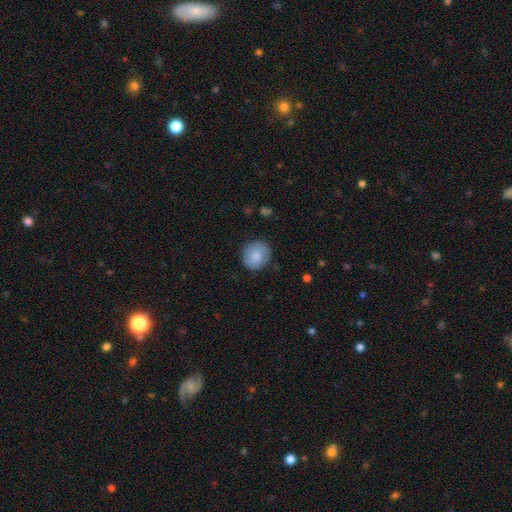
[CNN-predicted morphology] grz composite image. It shows a smooth galaxy with no disk features (81%) that is round (84%). Merging: none (83%).